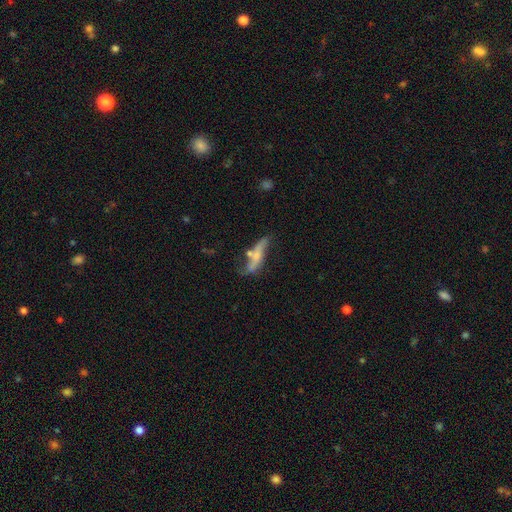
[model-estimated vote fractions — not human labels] smooth-or-featured: featured or disk: 56% | smooth: 36% | star or artifact: 8%
  disk-edge-on: no: 56% | yes: 44%
  merging: none: 44% | minor disturbance: 25% | merger: 16% | major disturbance: 15%